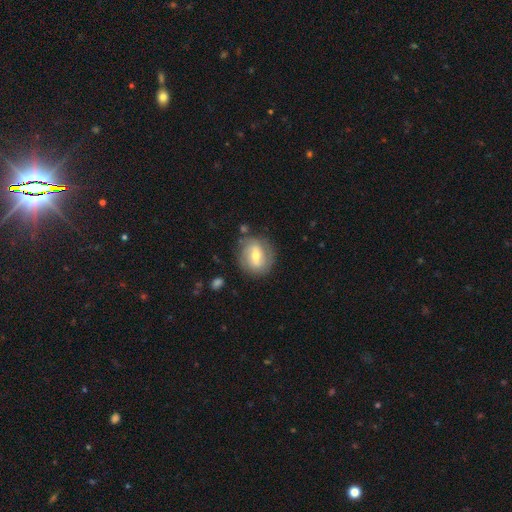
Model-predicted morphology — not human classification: smooth-or-featured: featured or disk: 53% | smooth: 40% | star or artifact: 7%
  disk-edge-on: no: 94% | yes: 6%
  merging: none: 78% | minor disturbance: 14% | major disturbance: 5% | merger: 3%